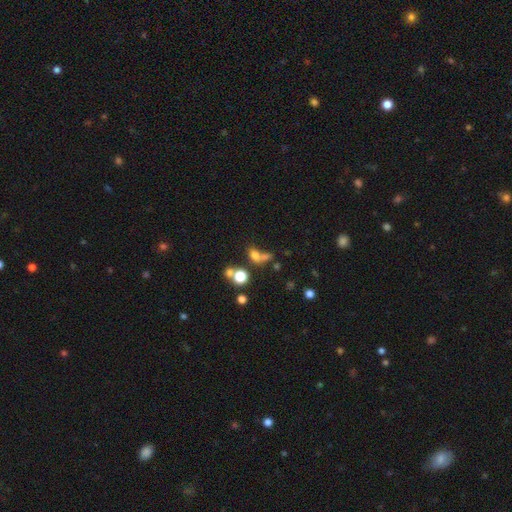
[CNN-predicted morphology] A smooth galaxy with no disk features (68%) that is in between round and cigar-shaped (49%).

Vote fractions:
- Smooth or featured? smooth: 68% / star or artifact: 19% / featured or disk: 13%
- How rounded? in between: 49% / round: 47% / cigar-shaped: 4%
- Merging? merger: 41% / none: 35% / major disturbance: 13% / minor disturbance: 12%